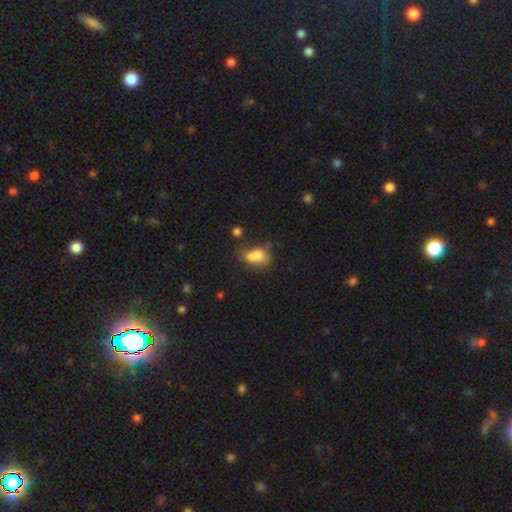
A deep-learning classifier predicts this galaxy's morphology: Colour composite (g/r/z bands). It shows a smooth galaxy with no disk features (67%) that is in between round and cigar-shaped (77%). Merging: merger (36%).